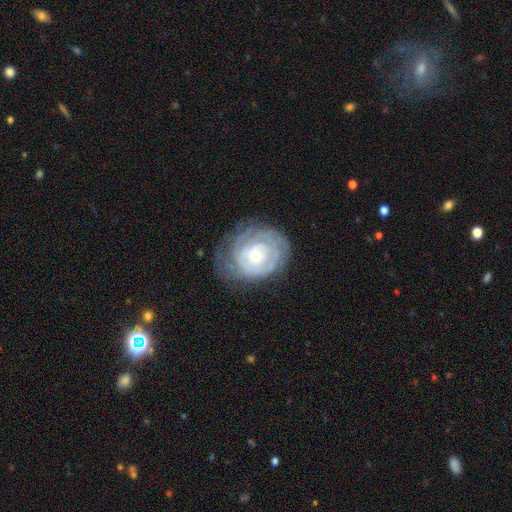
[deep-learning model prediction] A featured or disk galaxy (80%) with no bar (78%), tight (80%) spiral arms (91%) and a small central bulge (70%). Merging: none (67%).